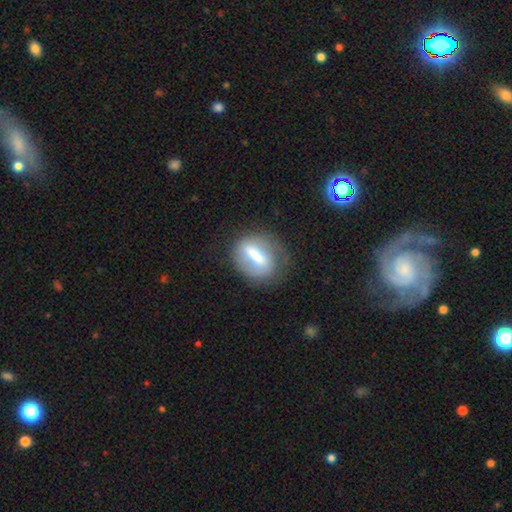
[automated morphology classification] Smooth or featured? featured or disk (47%)
Merging? none (68%)